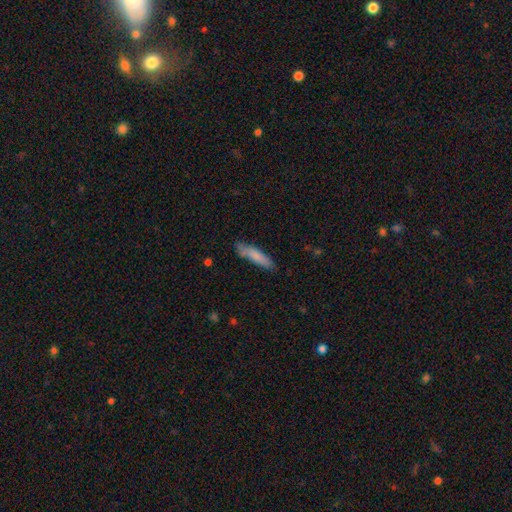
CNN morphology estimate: type=smooth (78%); roundness=cigar-shaped (79%); merging=none (76%).